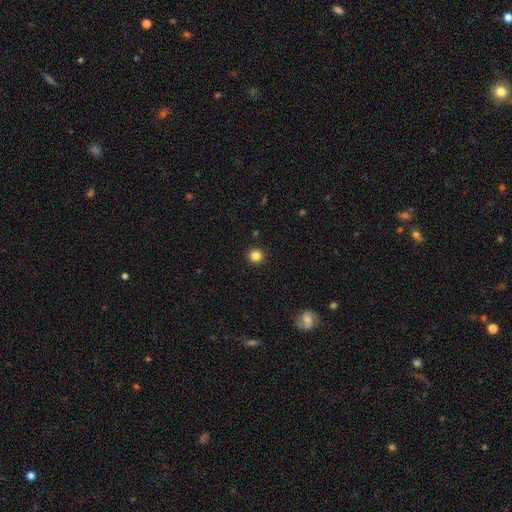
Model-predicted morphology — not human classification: Smooth or featured?
  - smooth: 84% *
  - star or artifact: 12%
  - featured or disk: 4%
How rounded?
  - round: 94% *
  - in between: 5%
  - cigar-shaped: 1%
Merging?
  - none: 92% *
  - minor disturbance: 5%
  - major disturbance: 2%
  - merger: 1%